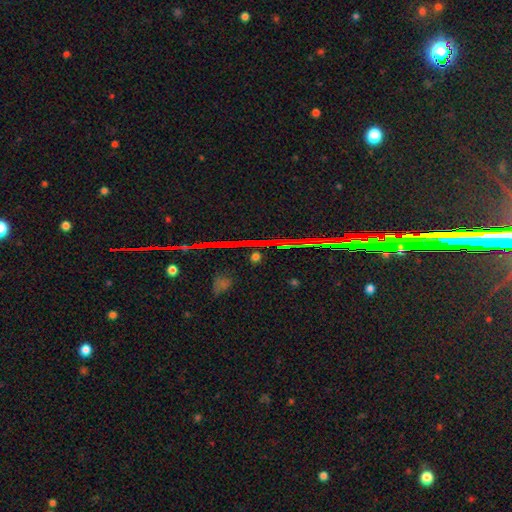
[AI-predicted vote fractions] This is likely a star or artifact rather than a galaxy (75%).